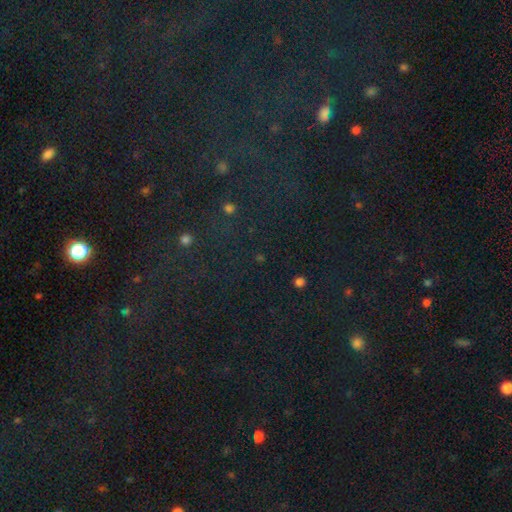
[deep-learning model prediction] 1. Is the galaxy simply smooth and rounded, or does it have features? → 76% star or artifact, 15% smooth, 8% featured or disk.